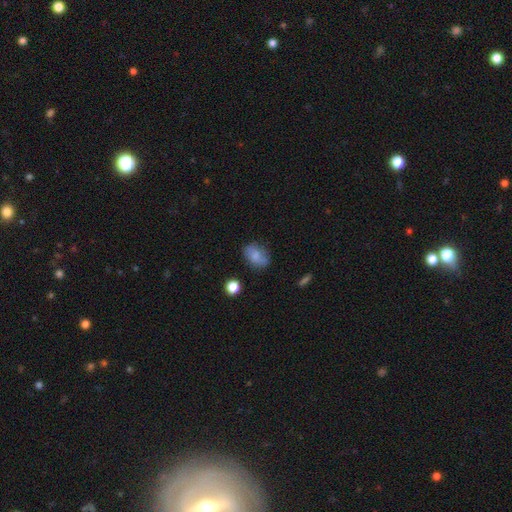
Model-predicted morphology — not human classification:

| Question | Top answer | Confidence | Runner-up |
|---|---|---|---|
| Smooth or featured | smooth | 70% | featured or disk (20%) |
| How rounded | in between | 77% | round (22%) |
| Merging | none | 63% | minor disturbance (25%) |